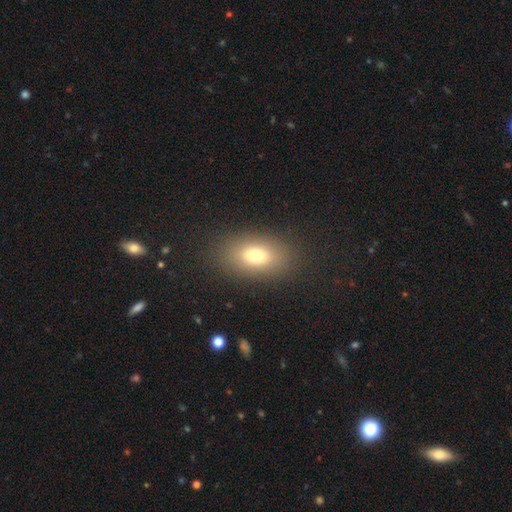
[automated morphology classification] Q: Smooth or featured?
A: smooth (76%); runner-up: featured or disk (13%)
Q: How rounded?
A: in between (87%); runner-up: round (10%)
Q: Merging?
A: none (86%); runner-up: minor disturbance (9%)